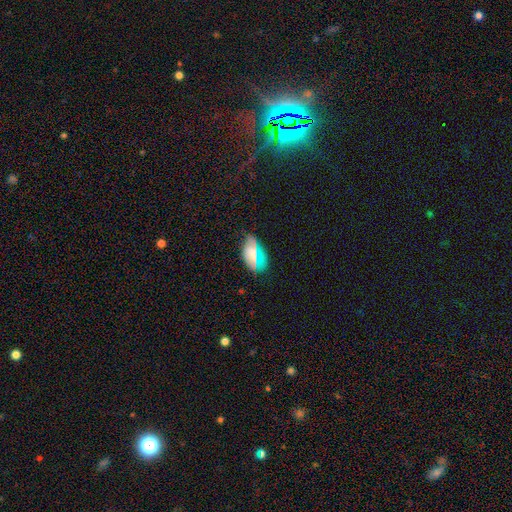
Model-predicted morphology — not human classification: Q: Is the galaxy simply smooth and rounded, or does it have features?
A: smooth — 68%.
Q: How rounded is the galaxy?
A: in between — 92%.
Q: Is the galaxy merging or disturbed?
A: none — 76%.